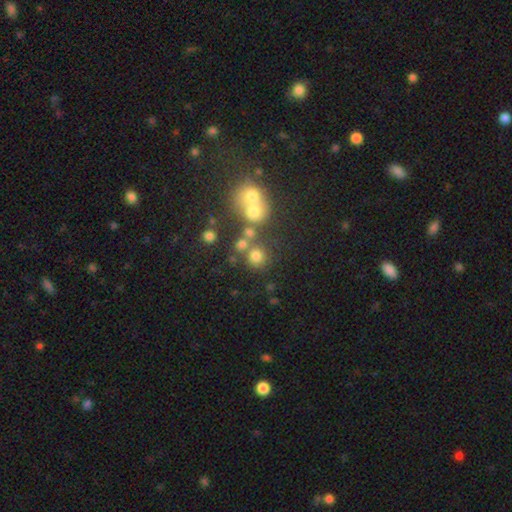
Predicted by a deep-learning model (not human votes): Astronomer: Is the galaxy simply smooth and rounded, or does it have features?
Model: smooth — 72%.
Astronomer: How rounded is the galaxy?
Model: round — 88%.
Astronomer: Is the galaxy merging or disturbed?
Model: none — 62%.